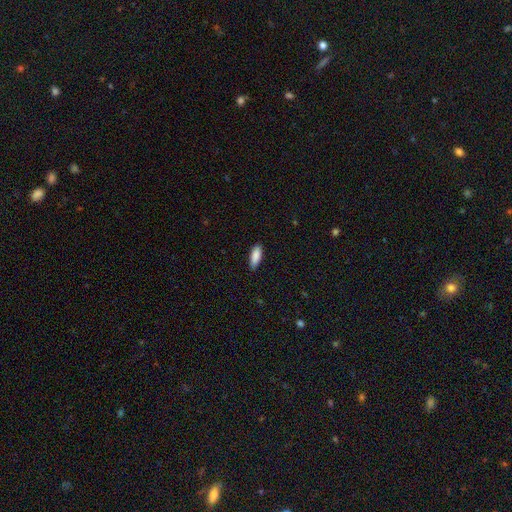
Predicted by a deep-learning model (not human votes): Overall: smooth (89%). How rounded: in between (75%). Merging: none (86%).